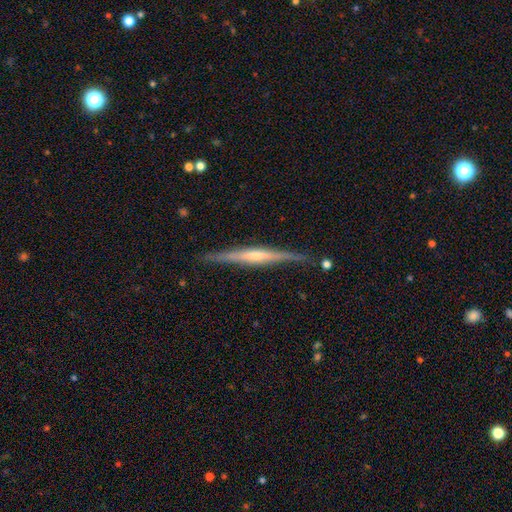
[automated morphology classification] This is likely a featured or disk galaxy (71%). It is clearly viewed edge-on (97%). Edge-on bulge: marginally none (43%). Merging: clearly none (84%).